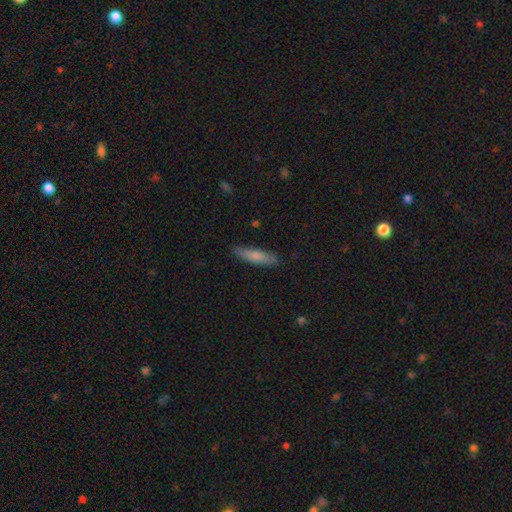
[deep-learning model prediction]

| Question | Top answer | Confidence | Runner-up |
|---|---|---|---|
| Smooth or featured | smooth | 77% | featured or disk (18%) |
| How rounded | cigar-shaped | 79% | in between (20%) |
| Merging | none | 84% | minor disturbance (12%) |